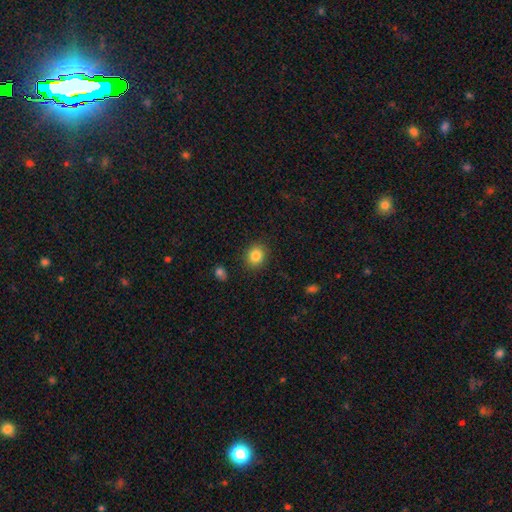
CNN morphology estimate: The model was most divided on "how rounded": round: 73%, in between: 26%, cigar-shaped: 1%. More confident: merging — none (88%); smooth or featured — smooth (85%).